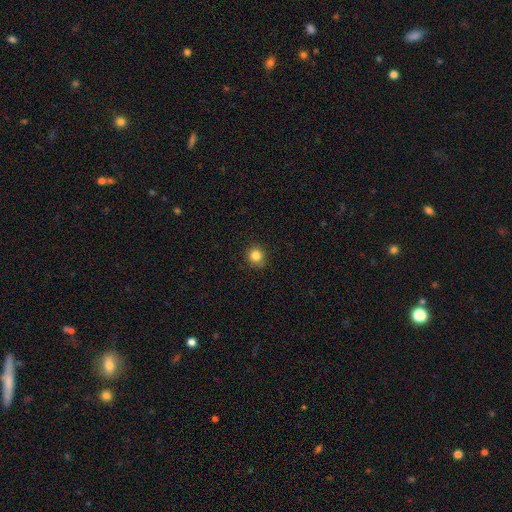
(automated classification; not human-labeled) Smooth or featured? Predicted: smooth (p=0.84). How rounded? Predicted: round (p=0.91). Merging? Predicted: none (p=0.88).